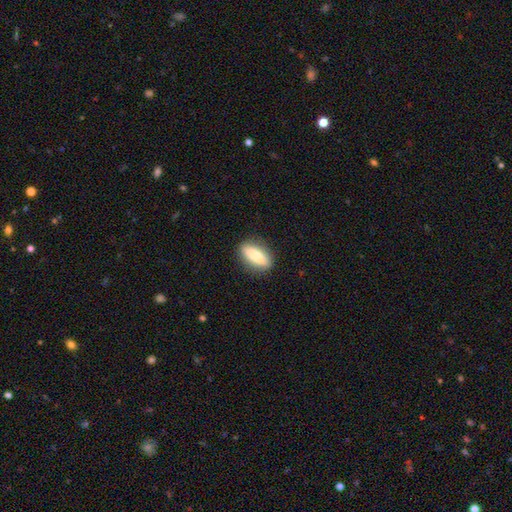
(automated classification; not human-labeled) Overall: smooth (75%). How rounded: in between (67%; cigar-shaped 30%). Merging: none (86%).